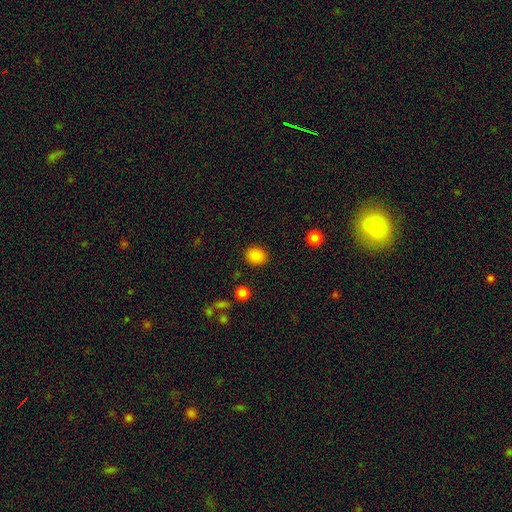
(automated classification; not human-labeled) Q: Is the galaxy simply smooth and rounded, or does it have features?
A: smooth — 85%.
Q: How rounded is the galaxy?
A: round — 68%.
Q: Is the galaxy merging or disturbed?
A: none — 89%.